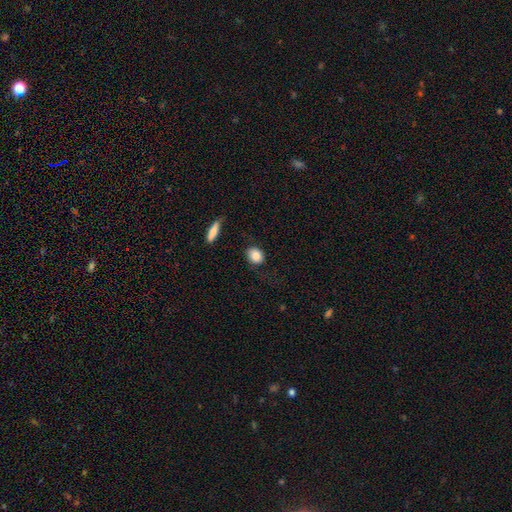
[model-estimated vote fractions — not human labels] A smooth galaxy with no disk features (84%) that is in between round and cigar-shaped (52%). Merging: none (76%).